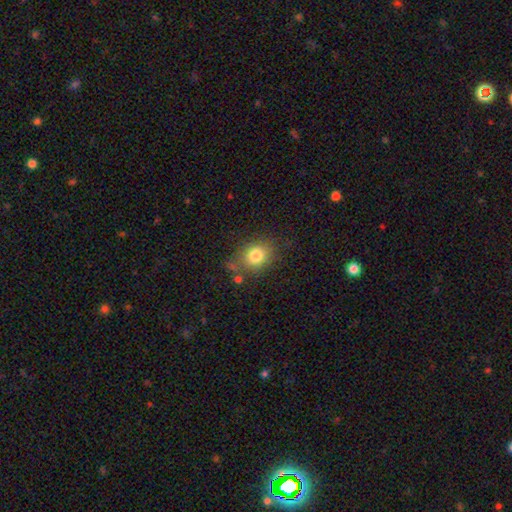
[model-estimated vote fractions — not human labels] smooth 80%, star or artifact 10%, featured or disk 9%. Down the decision tree: how rounded — round (58%); merging — none (69%).